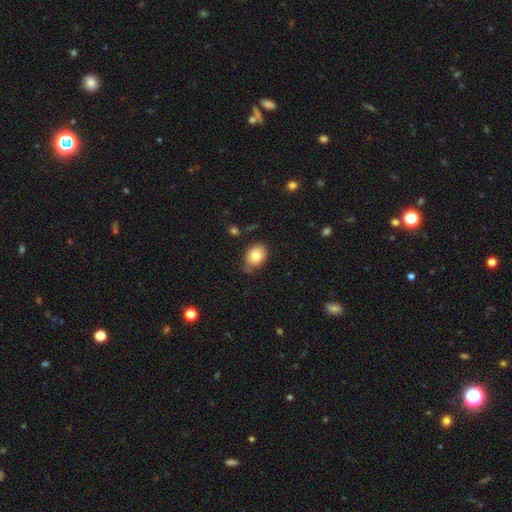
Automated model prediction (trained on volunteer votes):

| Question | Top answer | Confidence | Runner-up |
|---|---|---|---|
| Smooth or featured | smooth | 81% | featured or disk (11%) |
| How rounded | in between | 60% | round (39%) |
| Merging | none | 72% | minor disturbance (20%) |